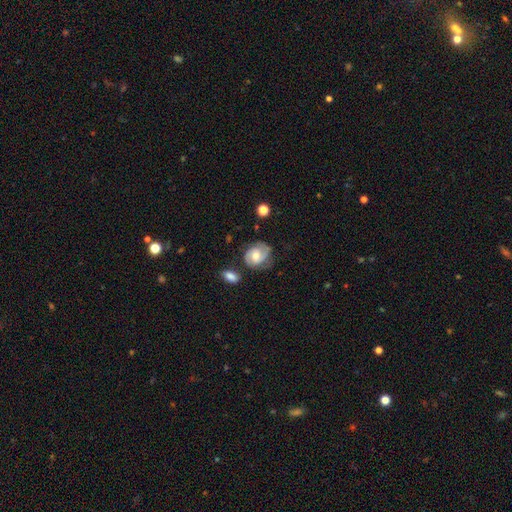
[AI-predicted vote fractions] Smooth or featured? Predicted: featured or disk (p=0.68). Edge-on disk? Predicted: no (p=0.97). Bar? Predicted: no (p=0.60). Spiral arms? Predicted: yes (p=0.91). Spiral winding? Predicted: tight (p=0.49). Spiral arm count? Predicted: 2 (p=0.75). Bulge size? Predicted: moderate (p=0.64). Merging? Predicted: none (p=0.65).